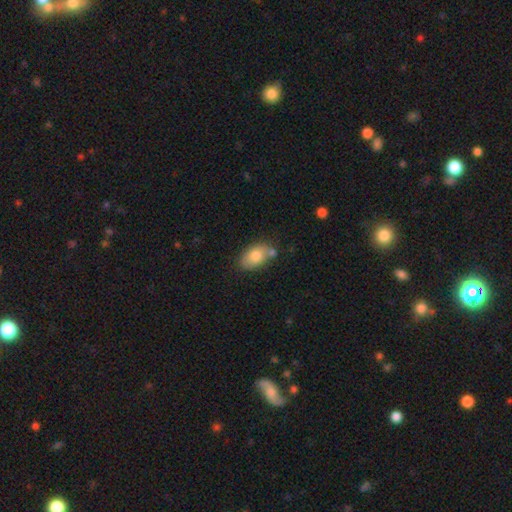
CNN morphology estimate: smooth_or_featured: smooth (p=0.79) [alt: featured or disk p=0.14]
how_rounded: in between (p=0.90) [alt: round p=0.08]
merging: none (p=0.64) [alt: minor disturbance p=0.19]